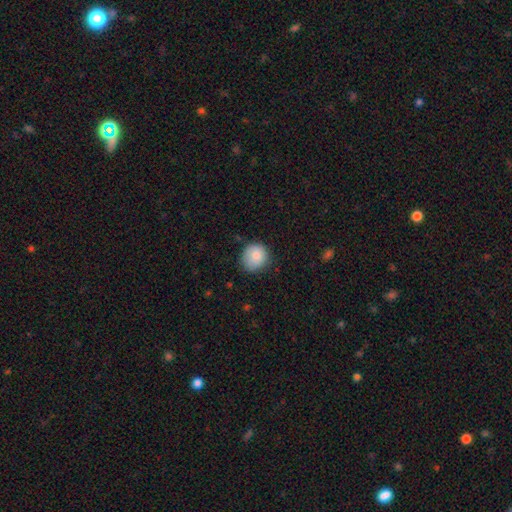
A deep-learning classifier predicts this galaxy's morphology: Smooth or featured: smooth — 84% (star or artifact — 8%)
How rounded: round — 86% (in between — 13%)
Merging: none — 75% (minor disturbance — 20%)